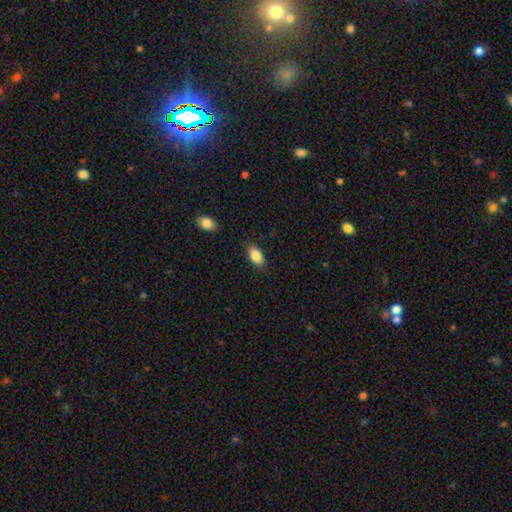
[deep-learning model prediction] Overall: smooth (86%). How rounded: in between (92%). Merging: none (85%).